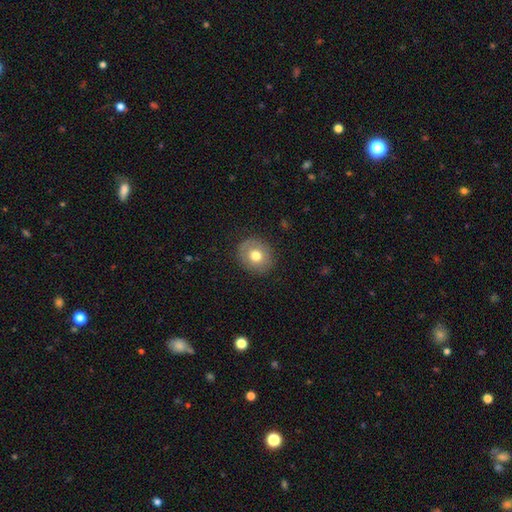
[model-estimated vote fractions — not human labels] Overall: smooth (70%). How rounded: round (79%). Merging: none (87%).